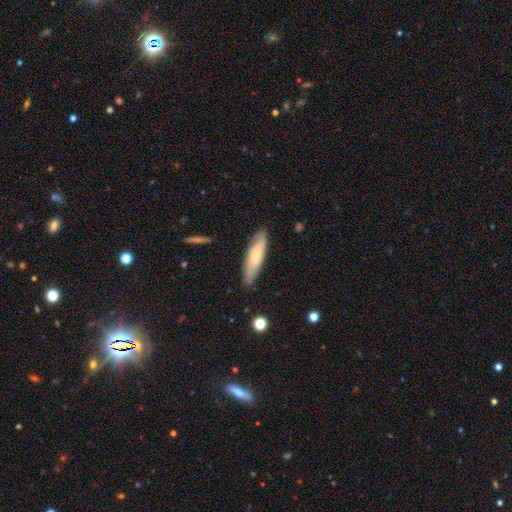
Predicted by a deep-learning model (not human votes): The model was most divided on "smooth or featured": smooth: 60%, featured or disk: 34%, star or artifact: 6%. More confident: merging — none (82%); how rounded — cigar-shaped (64%).